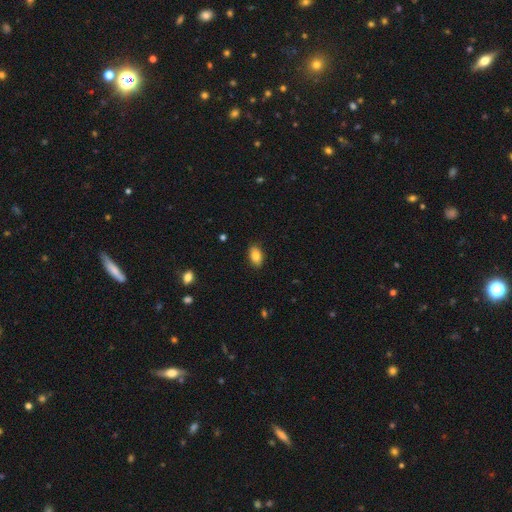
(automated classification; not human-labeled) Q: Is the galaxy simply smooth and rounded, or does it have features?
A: smooth — 84%.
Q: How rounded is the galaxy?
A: in between — 90%.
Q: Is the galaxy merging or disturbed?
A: none — 88%.